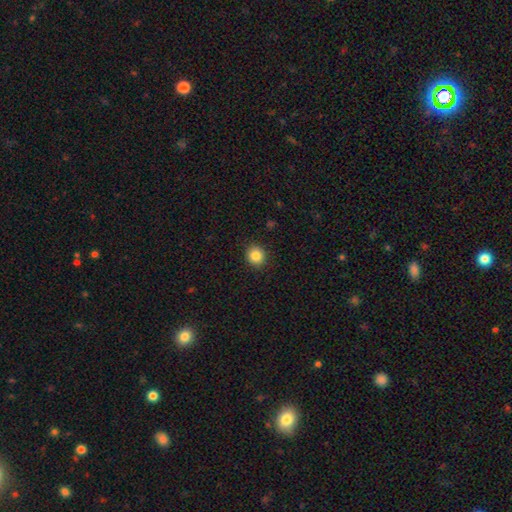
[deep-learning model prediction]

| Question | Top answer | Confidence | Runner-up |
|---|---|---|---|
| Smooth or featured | smooth | 85% | star or artifact (10%) |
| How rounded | round | 85% | in between (14%) |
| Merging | none | 91% | minor disturbance (6%) |